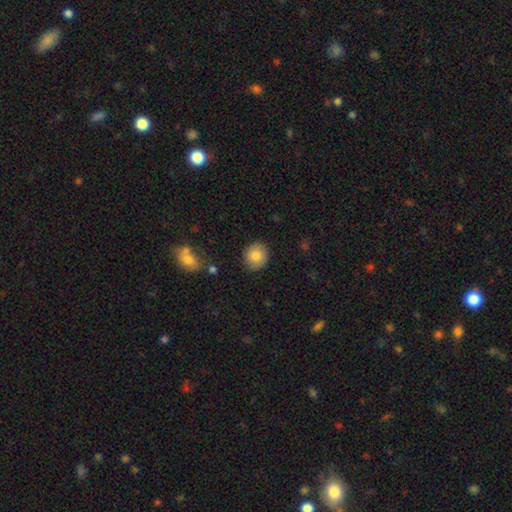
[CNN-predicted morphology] Smooth or featured? smooth (83%)
How rounded? round (84%)
Merging? none (88%)